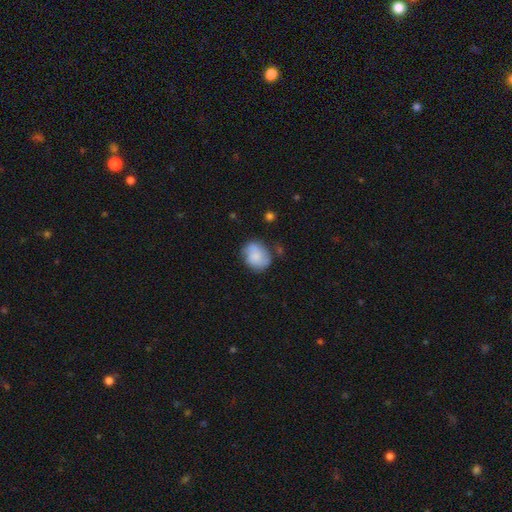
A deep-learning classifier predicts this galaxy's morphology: The model was most divided on "how rounded": round: 54%, in between: 45%, cigar-shaped: 1%. More confident: merging — none (58%); smooth or featured — smooth (58%).